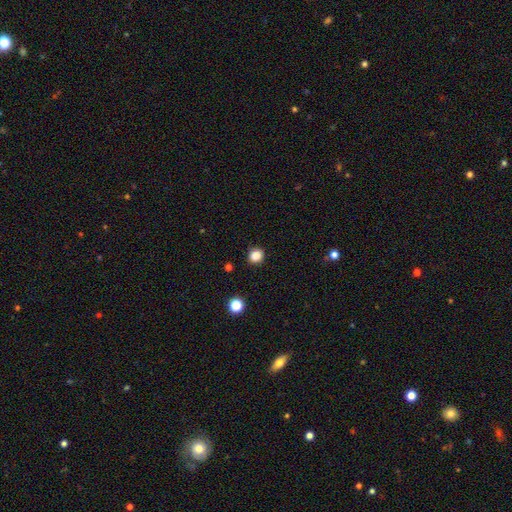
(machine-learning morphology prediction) Q: Smooth or featured?
A: smooth (85%); runner-up: star or artifact (12%)
Q: How rounded?
A: round (77%); runner-up: in between (22%)
Q: Merging?
A: none (91%); runner-up: minor disturbance (6%)